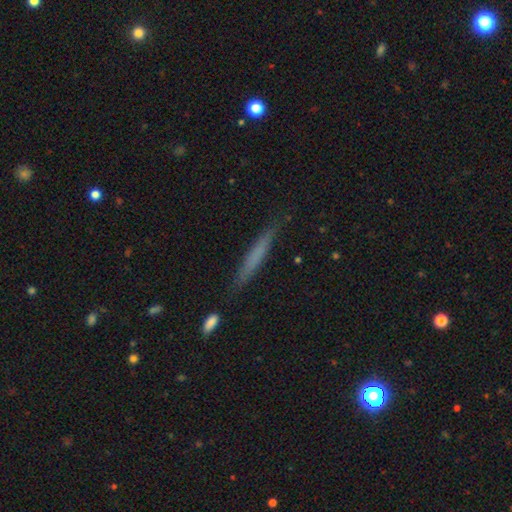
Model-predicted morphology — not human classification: Q: Smooth or featured?
A: smooth (61%); runner-up: featured or disk (32%)
Q: How rounded?
A: cigar-shaped (95%); runner-up: in between (3%)
Q: Merging?
A: none (86%); runner-up: minor disturbance (10%)